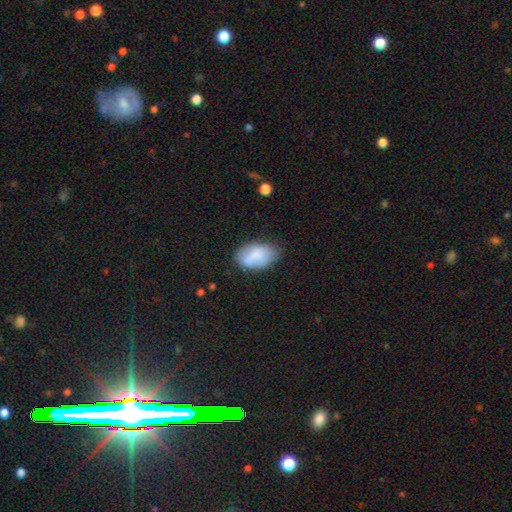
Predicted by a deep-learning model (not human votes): Smooth or featured: smooth — 75% (featured or disk — 17%)
How rounded: in between — 93% (round — 5%)
Merging: none — 58% (minor disturbance — 30%)